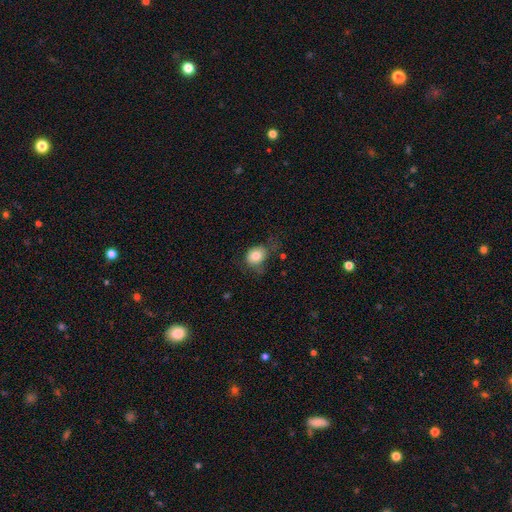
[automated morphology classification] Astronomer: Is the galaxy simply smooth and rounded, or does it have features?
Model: smooth — 80%.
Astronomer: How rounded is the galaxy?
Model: round — 56% (runner-up: in between, 43%).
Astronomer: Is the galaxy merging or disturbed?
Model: none — 48% (runner-up: minor disturbance, 31%).